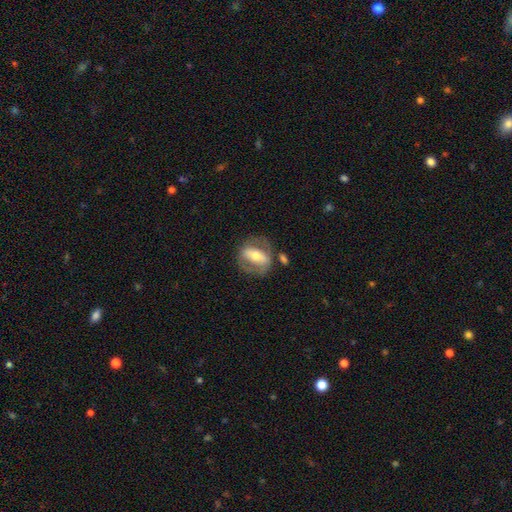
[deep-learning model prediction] Smooth or featured?
  - featured or disk: 62% *
  - smooth: 32%
  - star or artifact: 6%
Edge-on disk?
  - no: 87% *
  - yes: 13%
Bar?
  - strong: 56% *
  - no: 23%
  - weak: 22%
Spiral arms?
  - no: 64% *
  - yes: 36%
Bulge size?
  - moderate: 60% *
  - small: 27%
  - large: 10%
  - dominant: 2%
  - none: 1%
Merging?
  - none: 63% *
  - minor disturbance: 17%
  - major disturbance: 13%
  - merger: 7%